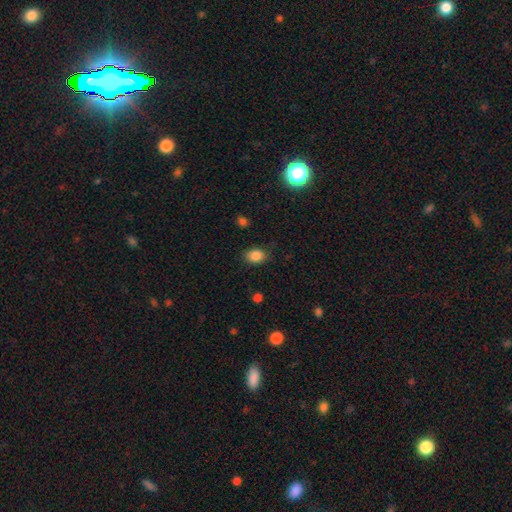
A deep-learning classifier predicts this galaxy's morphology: Smooth or featured: smooth — 86% (star or artifact — 10%)
How rounded: in between — 63% (round — 36%)
Merging: none — 80% (minor disturbance — 15%)